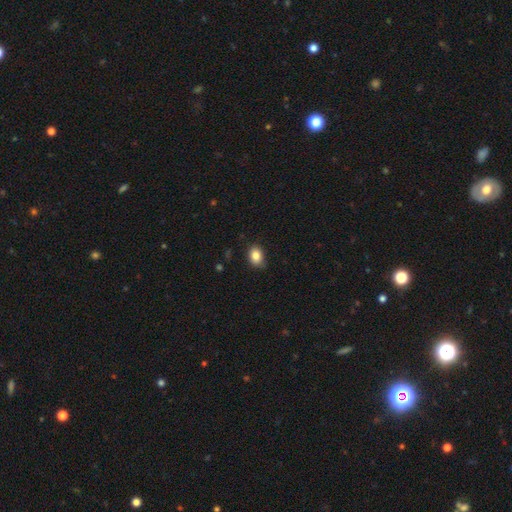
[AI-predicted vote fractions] Smooth or featured: smooth — 85% (star or artifact — 9%)
How rounded: in between — 69% (round — 30%)
Merging: none — 80% (minor disturbance — 16%)